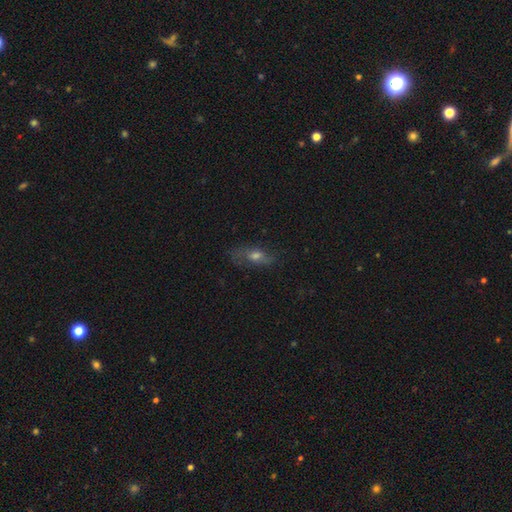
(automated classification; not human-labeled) A featured or disk galaxy (44%). Merging: none (65%).